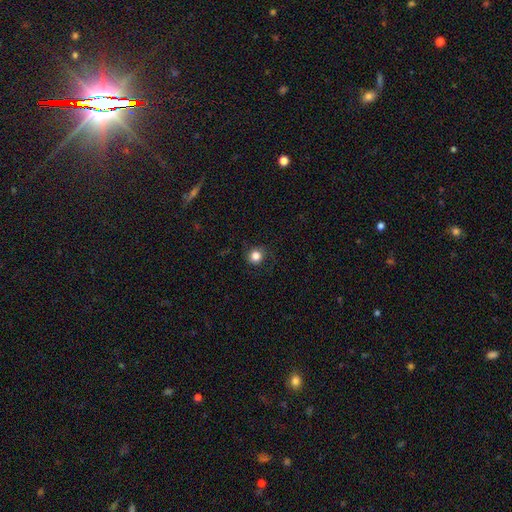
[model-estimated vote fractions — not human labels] smooth 83%, star or artifact 11%, featured or disk 6%. Down the decision tree: how rounded — round (90%); merging — none (84%).